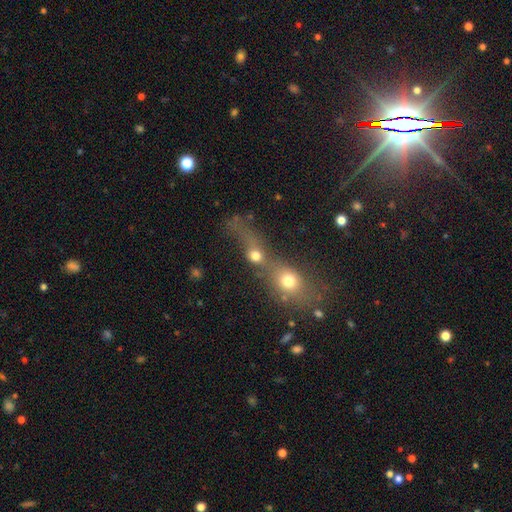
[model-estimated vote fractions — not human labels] Smooth or featured? Predicted: smooth (p=0.64). How rounded? Predicted: round (p=0.66). Merging? Predicted: merger (p=0.70).